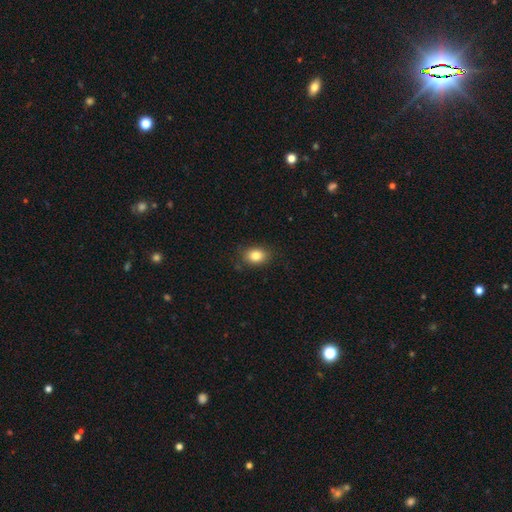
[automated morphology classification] This appears to be a smooth galaxy with no disk features (83%) that is in between round and cigar-shaped (66%). Merging: none (82%).